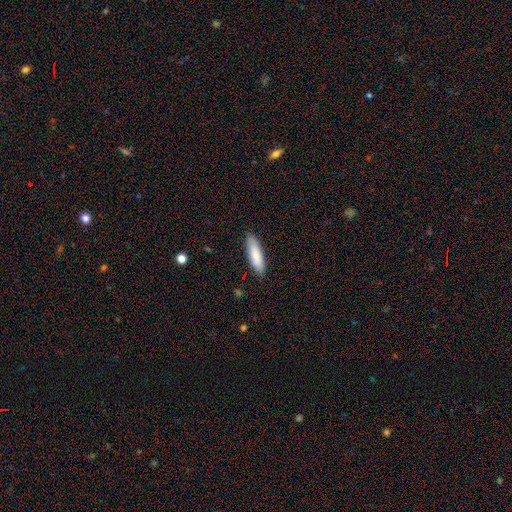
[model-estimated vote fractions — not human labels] Overall: smooth (84%). How rounded: cigar-shaped (61%; in between 37%). Merging: none (88%).